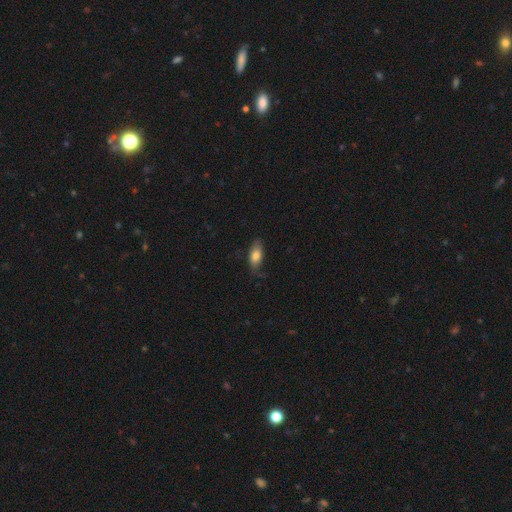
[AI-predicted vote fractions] A smooth galaxy with no disk features (76%) that is in between round and cigar-shaped (84%).

Vote fractions:
- Smooth or featured? smooth: 76% / featured or disk: 17% / star or artifact: 7%
- How rounded? in between: 84% / cigar-shaped: 13% / round: 3%
- Merging? none: 64% / minor disturbance: 27% / major disturbance: 8% / merger: 2%